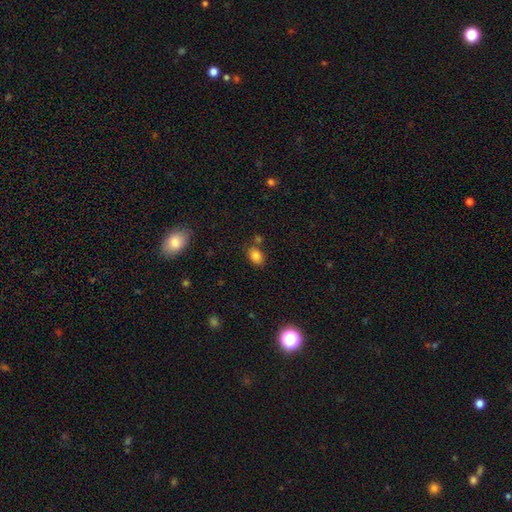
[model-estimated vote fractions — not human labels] Q: Smooth or featured?
A: smooth (83%); runner-up: star or artifact (11%)
Q: How rounded?
A: in between (80%); runner-up: round (19%)
Q: Merging?
A: none (72%); runner-up: minor disturbance (13%)